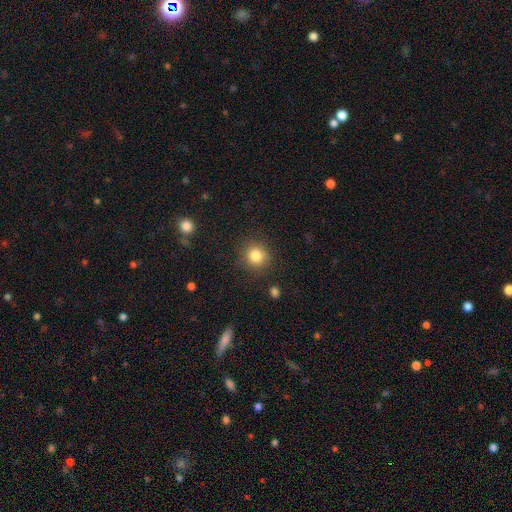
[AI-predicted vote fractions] smooth_or_featured: smooth (p=0.83) [alt: star or artifact p=0.11]
how_rounded: round (p=0.91) [alt: in between p=0.08]
merging: none (p=0.86) [alt: minor disturbance p=0.09]